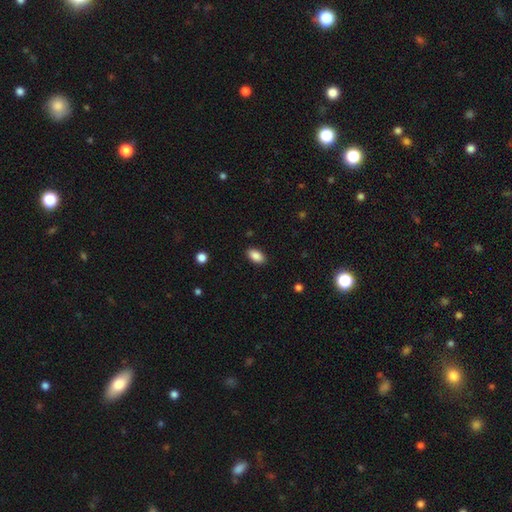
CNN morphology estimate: smooth-or-featured: smooth: 88% | star or artifact: 8% | featured or disk: 4%
  how-rounded: in between: 93% | round: 5% | cigar-shaped: 3%
  merging: none: 88% | minor disturbance: 9% | major disturbance: 2% | merger: 1%